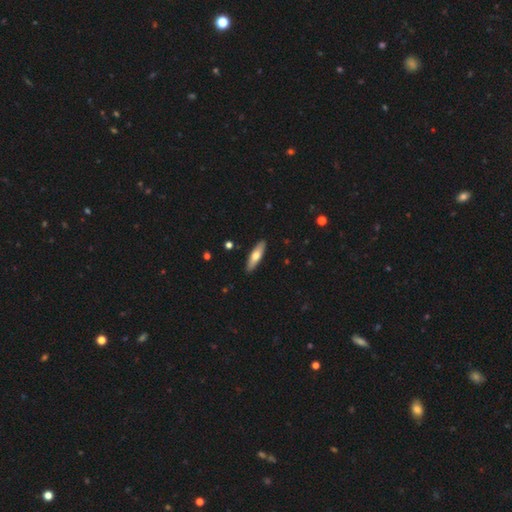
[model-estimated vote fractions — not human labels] Overall: smooth (61%; featured or disk 34%). How rounded: cigar-shaped (66%; in between 32%). Merging: none (90%).